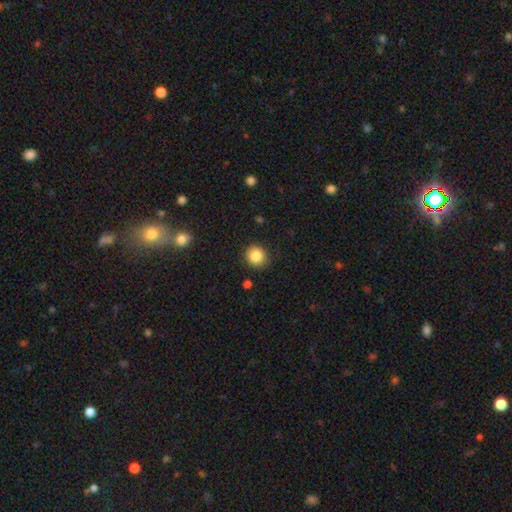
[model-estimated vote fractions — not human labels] Smooth or featured?
  - smooth: 85% *
  - star or artifact: 10%
  - featured or disk: 5%
How rounded?
  - round: 88% *
  - in between: 11%
  - cigar-shaped: 1%
Merging?
  - none: 89% *
  - minor disturbance: 7%
  - major disturbance: 2%
  - merger: 1%